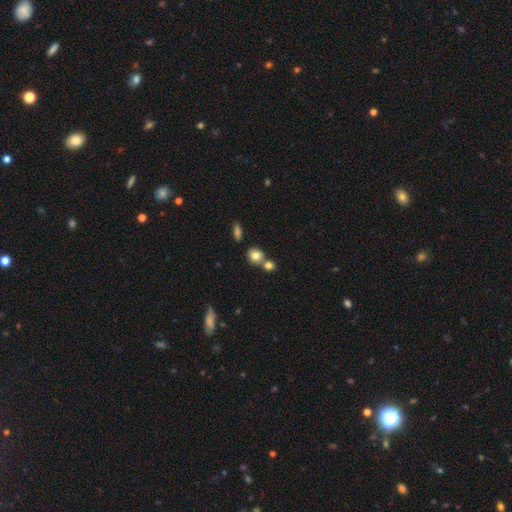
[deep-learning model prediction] Smooth or featured? Predicted: smooth (p=0.79). How rounded? Predicted: round (p=0.72). Merging? Predicted: none (p=0.53).